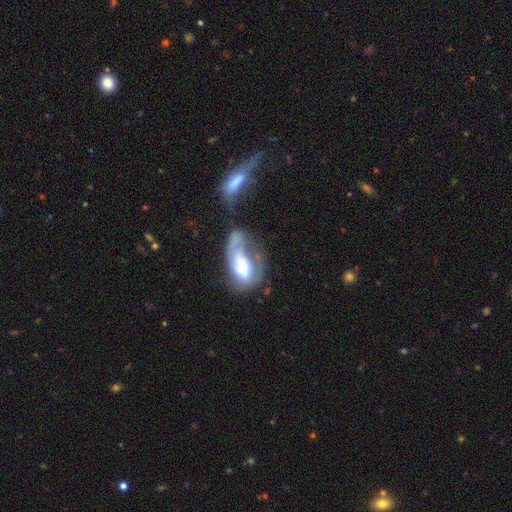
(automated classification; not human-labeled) Smooth or featured: featured or disk — 48% (smooth — 37%)
Merging: merger — 57% (none — 24%)